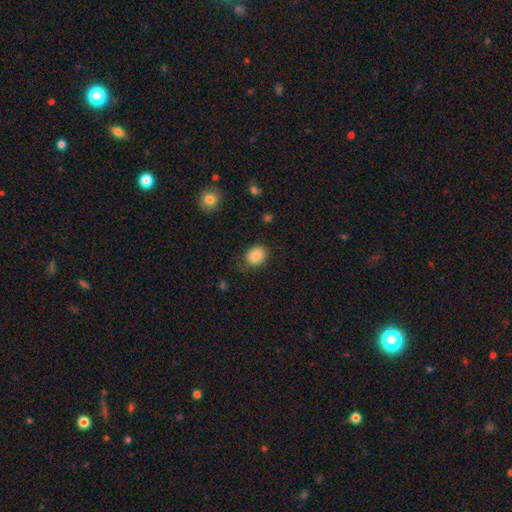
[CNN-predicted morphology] type=smooth (87%); roundness=round (55%); merging=none (76%).